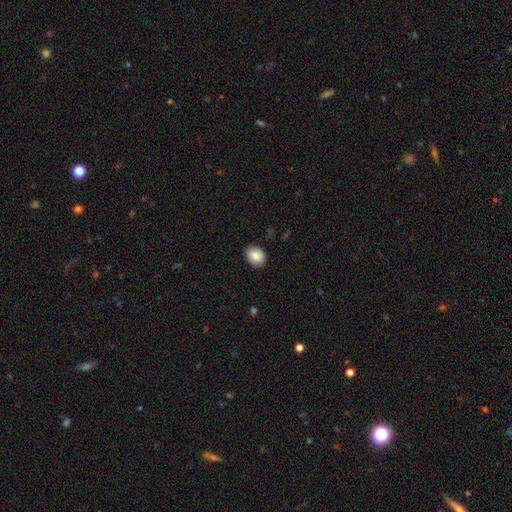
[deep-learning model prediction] Smooth or featured?
  - smooth: 86% *
  - star or artifact: 8%
  - featured or disk: 7%
How rounded?
  - round: 52% *
  - in between: 47%
  - cigar-shaped: 1%
Merging?
  - none: 85% *
  - minor disturbance: 12%
  - major disturbance: 2%
  - merger: 1%